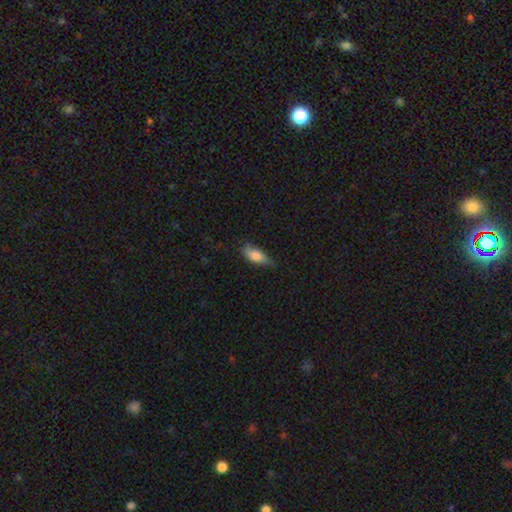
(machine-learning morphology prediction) smooth 75%, featured or disk 18%, star or artifact 6%. Down the decision tree: how rounded — in between (65%); merging — none (71%).